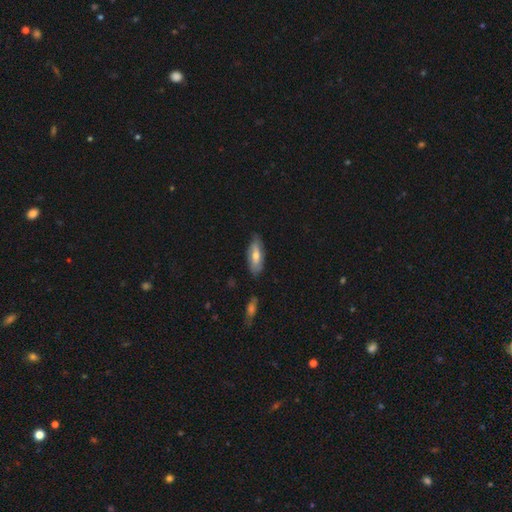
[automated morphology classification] This appears to be a smooth galaxy with no disk features (56%) that is in between round and cigar-shaped (71%). Merging: none (78%).